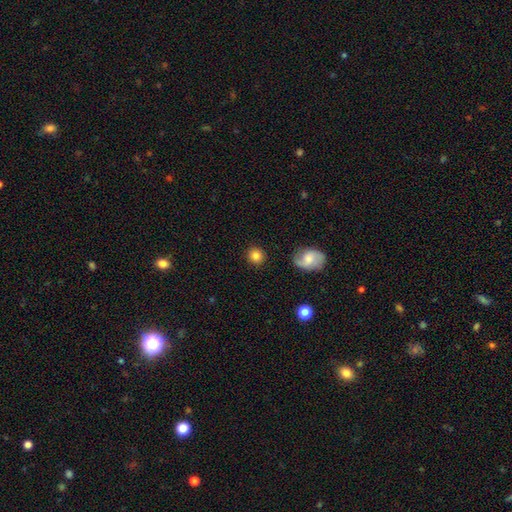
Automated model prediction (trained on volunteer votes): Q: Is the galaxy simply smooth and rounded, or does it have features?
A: smooth — 83%.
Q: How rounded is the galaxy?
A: round — 90%.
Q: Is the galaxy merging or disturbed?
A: none — 89%.